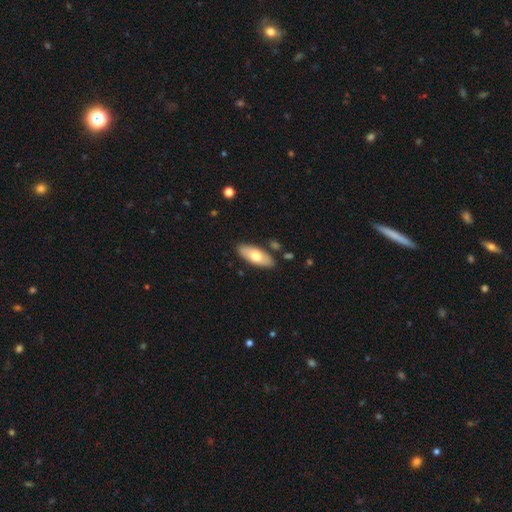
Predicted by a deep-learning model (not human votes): Morphology: type=smooth (67%); roundness=in between (80%); merging=none (84%).